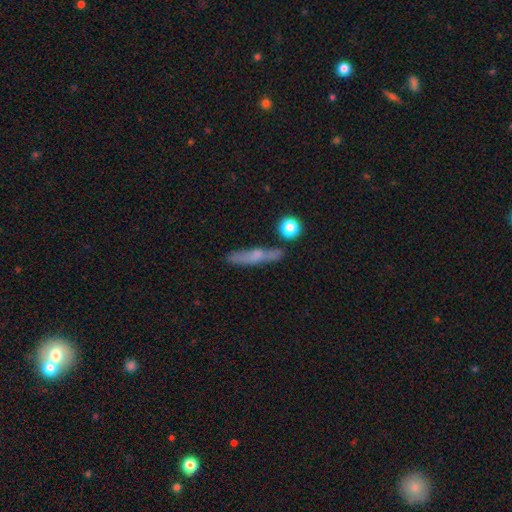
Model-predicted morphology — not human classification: Smooth or featured? Predicted: smooth (p=0.55). How rounded? Predicted: cigar-shaped (p=0.83). Merging? Predicted: none (p=0.74).